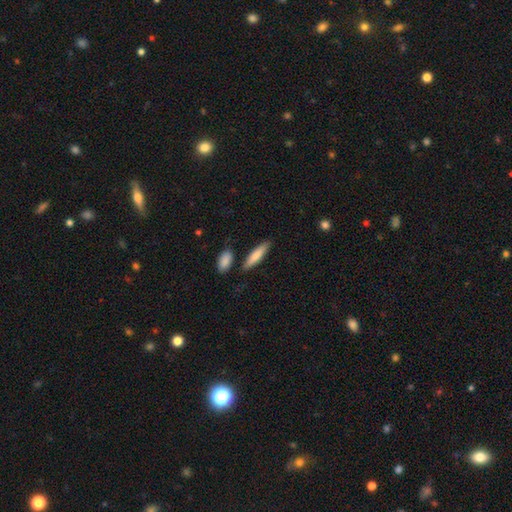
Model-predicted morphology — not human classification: This appears to be a smooth galaxy with no disk features (80%) that is cigar-shaped (75%). Merging: none (83%).